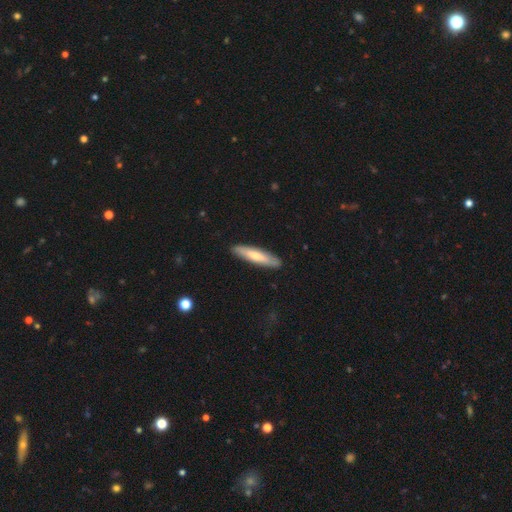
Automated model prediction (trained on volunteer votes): Smooth or featured? Predicted: smooth (p=0.64). How rounded? Predicted: cigar-shaped (p=0.82). Merging? Predicted: none (p=0.89).